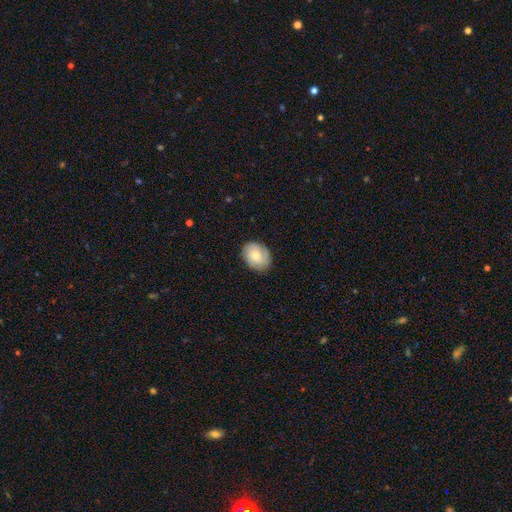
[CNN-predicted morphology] A smooth galaxy with no disk features (72%) that is in between round and cigar-shaped (61%). Merging: none (82%).